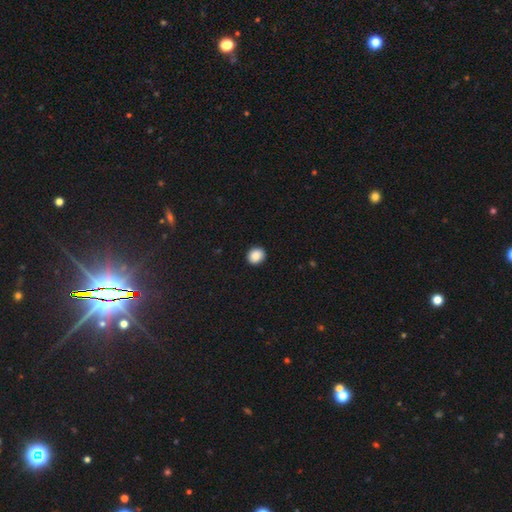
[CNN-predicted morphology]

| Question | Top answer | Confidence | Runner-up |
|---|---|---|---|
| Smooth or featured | smooth | 88% | star or artifact (9%) |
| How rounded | round | 72% | in between (27%) |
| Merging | none | 92% | minor disturbance (6%) |